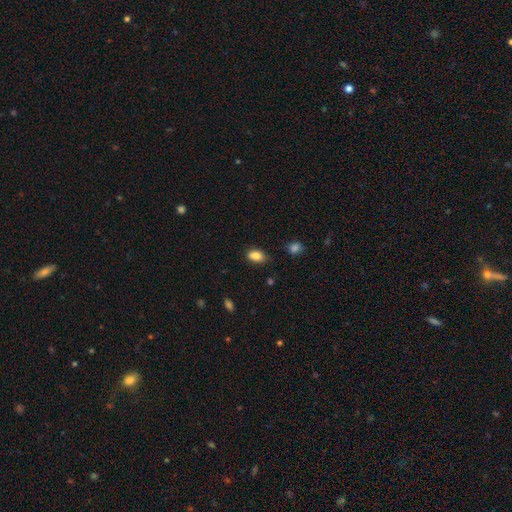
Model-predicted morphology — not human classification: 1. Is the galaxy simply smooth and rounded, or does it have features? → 85% smooth, 9% star or artifact, 6% featured or disk.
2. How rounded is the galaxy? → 87% in between, 10% round, 3% cigar-shaped.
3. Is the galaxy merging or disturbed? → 75% none, 19% minor disturbance, 3% major disturbance, 3% merger.